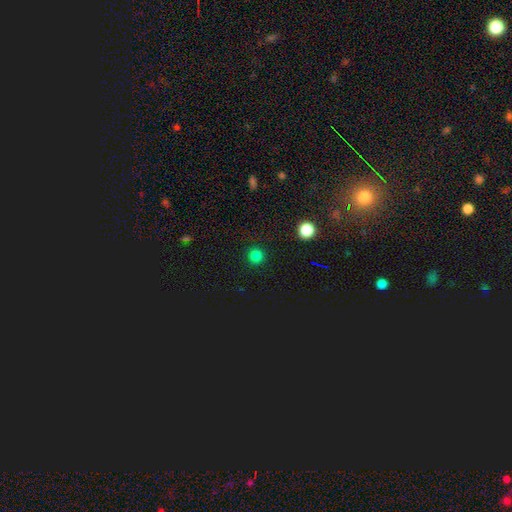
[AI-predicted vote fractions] Q: Smooth or featured?
A: smooth (81%); runner-up: star or artifact (16%)
Q: How rounded?
A: round (95%); runner-up: in between (4%)
Q: Merging?
A: none (92%); runner-up: minor disturbance (5%)